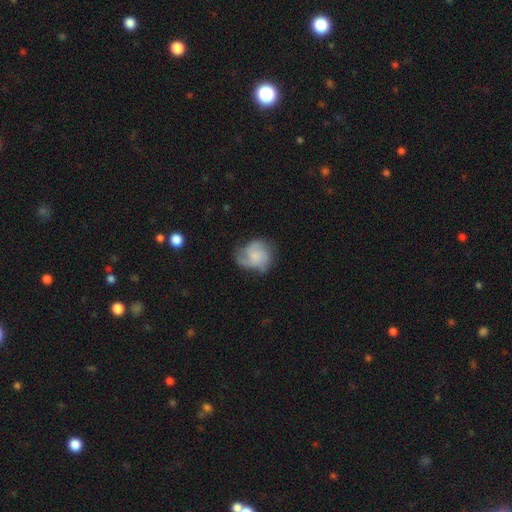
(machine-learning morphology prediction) featured or disk 48%, smooth 44%, star or artifact 8%. Down the decision tree: merging — none (49%).